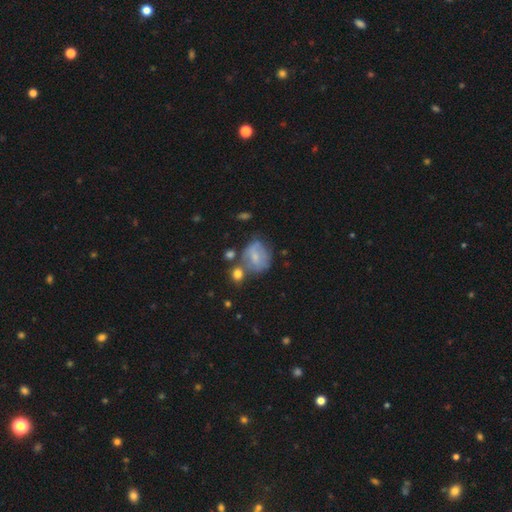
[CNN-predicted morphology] A smooth galaxy with no disk features (57%) that is round (65%).

Vote fractions:
- Smooth or featured? smooth: 57% / featured or disk: 34% / star or artifact: 9%
- How rounded? round: 65% / in between: 34% / cigar-shaped: 1%
- Merging? none: 45% / minor disturbance: 25% / merger: 17% / major disturbance: 13%